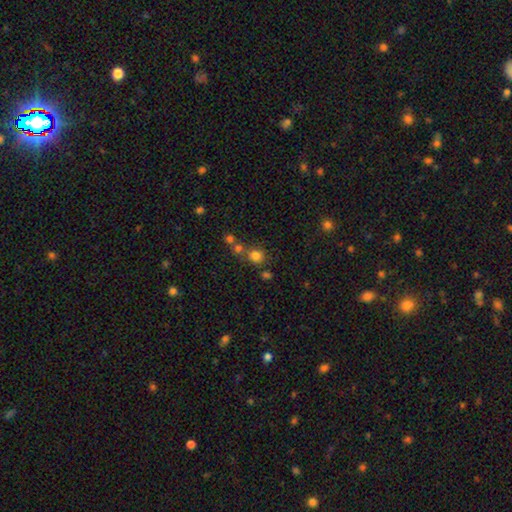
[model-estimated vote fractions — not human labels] smooth 77%, star or artifact 16%, featured or disk 7%. Down the decision tree: how rounded — round (85%); merging — none (62%).